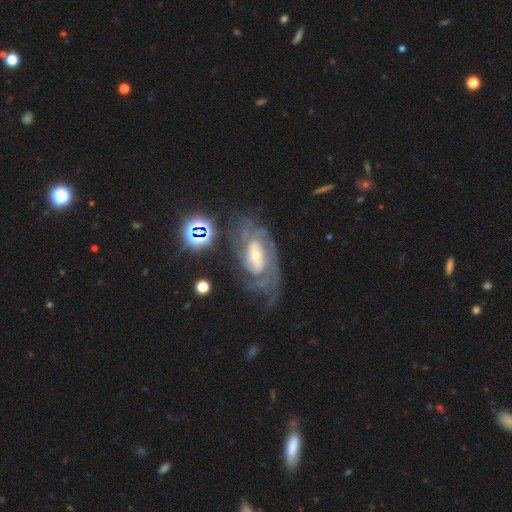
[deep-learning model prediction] This appears to be a featured or disk galaxy (84%) with no bar (52%), tight (52%) spiral arms (93%) and a small central bulge (52%). Merging: none (53%).